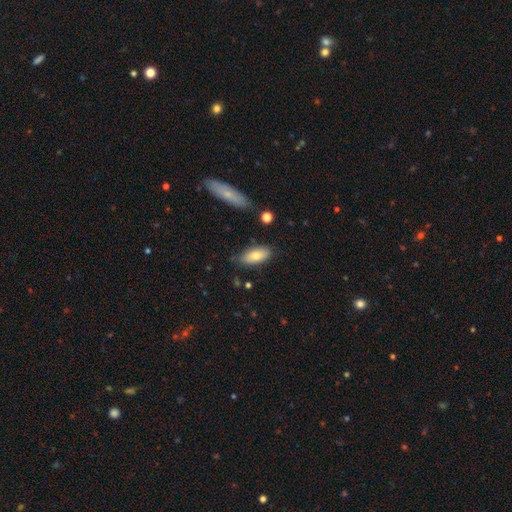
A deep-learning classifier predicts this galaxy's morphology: A smooth galaxy with no disk features (75%) that is in between round and cigar-shaped (86%). Merging: none (78%).